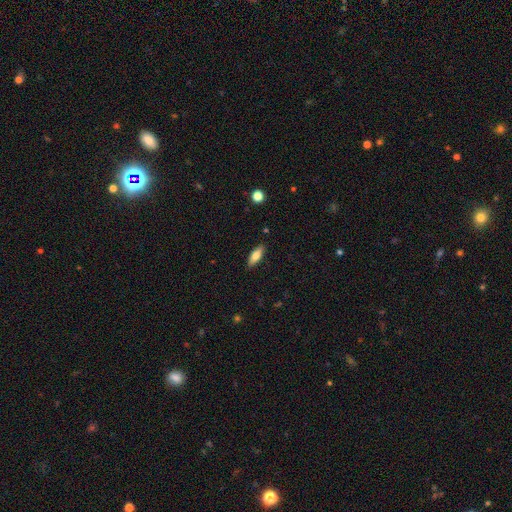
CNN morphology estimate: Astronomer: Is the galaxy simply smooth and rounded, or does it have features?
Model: smooth — 73%.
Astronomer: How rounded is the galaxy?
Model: in between — 66%.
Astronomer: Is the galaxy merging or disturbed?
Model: none — 88%.